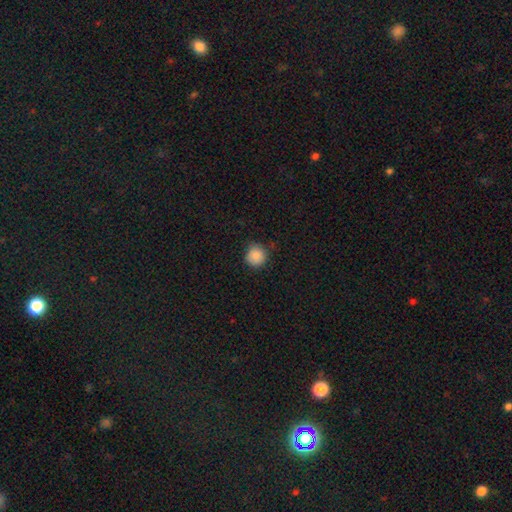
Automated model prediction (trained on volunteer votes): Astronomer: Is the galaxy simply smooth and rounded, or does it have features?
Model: smooth — 87%.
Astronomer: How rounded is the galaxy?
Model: round — 93%.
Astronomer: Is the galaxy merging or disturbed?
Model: none — 82%.